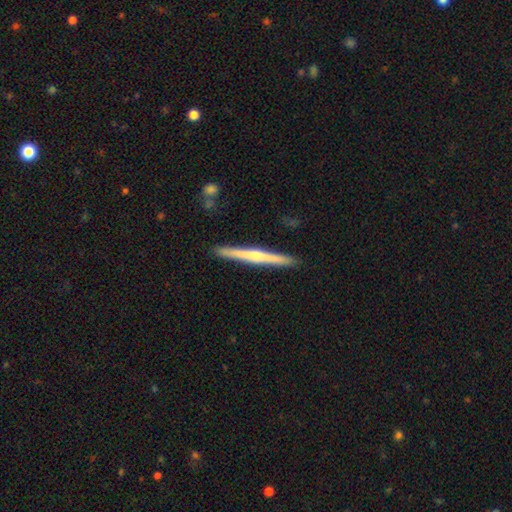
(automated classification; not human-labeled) This appears to be a featured or disk galaxy (58%) viewed edge-on (98%) with a rounded central bulge (55%). Merging: none (91%).